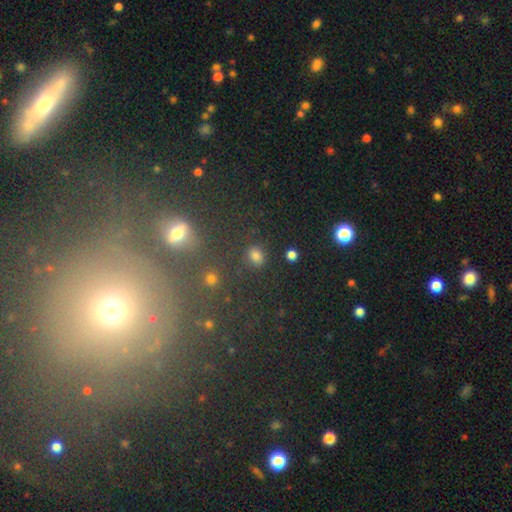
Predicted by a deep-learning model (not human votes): A smooth galaxy with no disk features (75%) that is round (57%).

Vote fractions:
- Smooth or featured? smooth: 75% / star or artifact: 19% / featured or disk: 6%
- How rounded? round: 57% / in between: 41% / cigar-shaped: 2%
- Merging? none: 83% / minor disturbance: 10% / major disturbance: 4% / merger: 4%